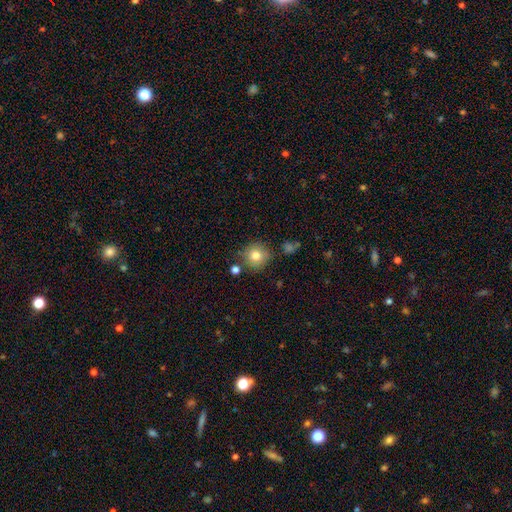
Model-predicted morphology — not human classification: Overall: smooth (80%). How rounded: round (92%). Merging: none (80%).